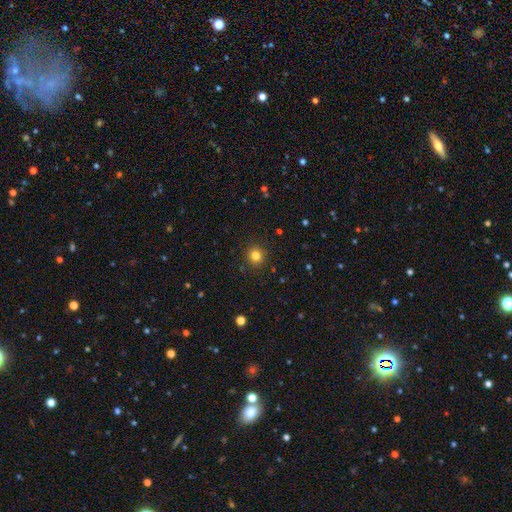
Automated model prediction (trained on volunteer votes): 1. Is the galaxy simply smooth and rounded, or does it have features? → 81% smooth, 14% star or artifact, 6% featured or disk.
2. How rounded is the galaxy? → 92% round, 7% in between, 1% cigar-shaped.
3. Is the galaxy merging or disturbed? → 91% none, 6% minor disturbance, 2% major disturbance, 1% merger.